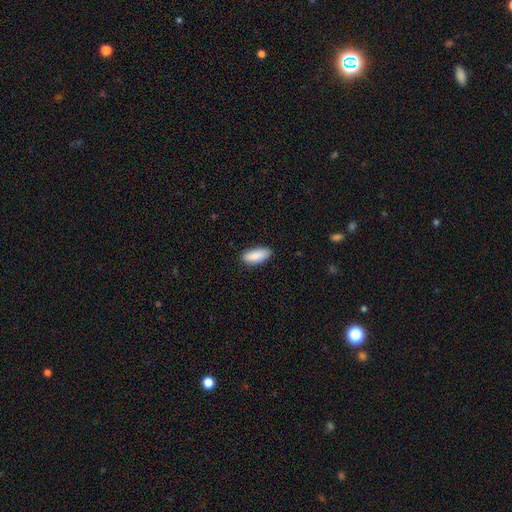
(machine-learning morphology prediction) smooth 89%, star or artifact 6%, featured or disk 5%. Down the decision tree: how rounded — in between (80%); merging — none (86%).